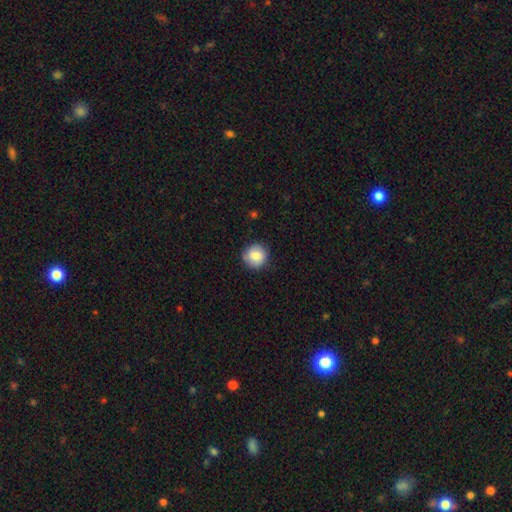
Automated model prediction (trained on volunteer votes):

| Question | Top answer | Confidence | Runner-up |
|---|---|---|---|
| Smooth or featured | smooth | 83% | featured or disk (9%) |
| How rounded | round | 93% | in between (6%) |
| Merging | none | 86% | minor disturbance (11%) |